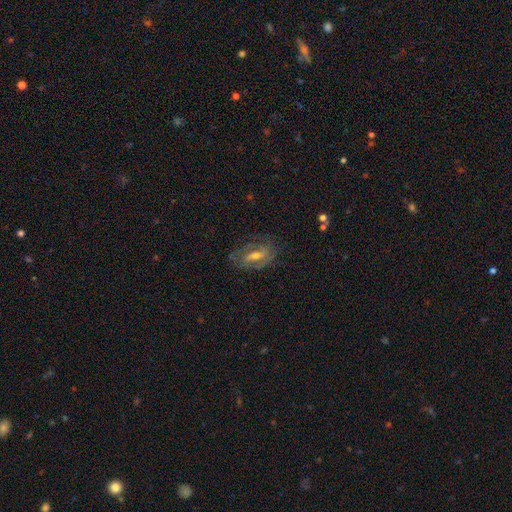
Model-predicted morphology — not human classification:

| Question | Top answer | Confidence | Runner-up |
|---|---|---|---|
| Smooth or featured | featured or disk | 70% | smooth (20%) |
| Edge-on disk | no | 91% | yes (9%) |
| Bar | weak | 44% | strong (29%) |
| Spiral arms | yes | 77% | no (23%) |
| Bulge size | moderate | 53% | small (38%) |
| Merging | none | 69% | minor disturbance (19%) |